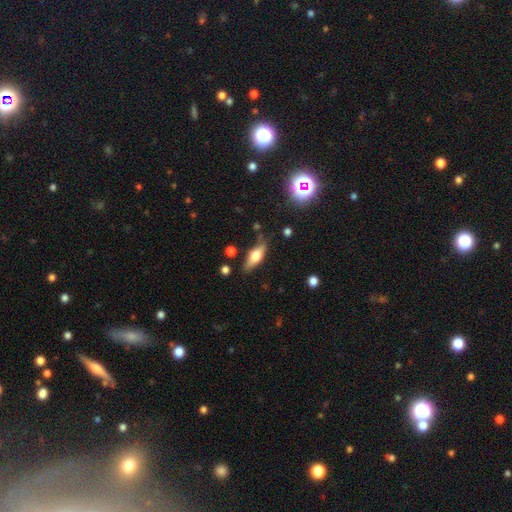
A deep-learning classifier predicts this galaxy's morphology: type=smooth (51%); roundness=in between (63%); merging=none (76%).